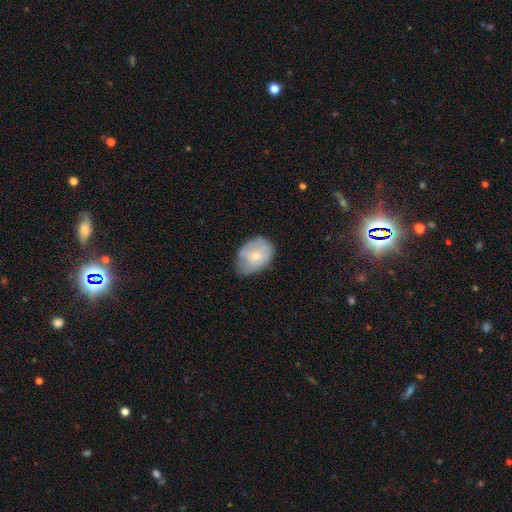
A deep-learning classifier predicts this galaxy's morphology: type=smooth (59%); roundness=in between (68%); merging=none (56%).